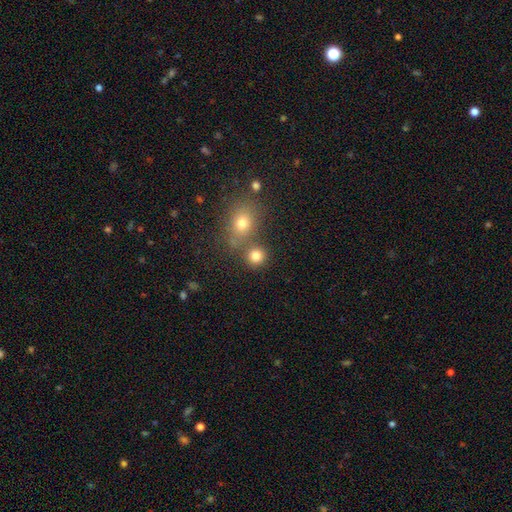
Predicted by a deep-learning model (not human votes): Smooth or featured: smooth — 80% (star or artifact — 13%)
How rounded: round — 86% (in between — 13%)
Merging: none — 69% (merger — 19%)